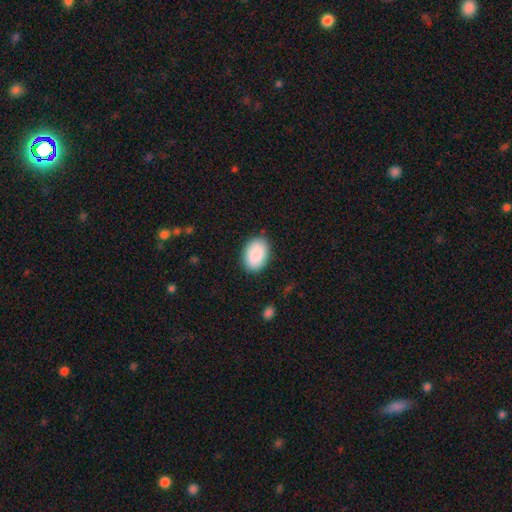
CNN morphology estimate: smooth_or_featured: smooth (p=0.89) [alt: star or artifact p=0.06]
how_rounded: in between (p=0.86) [alt: round p=0.13]
merging: none (p=0.85) [alt: minor disturbance p=0.11]